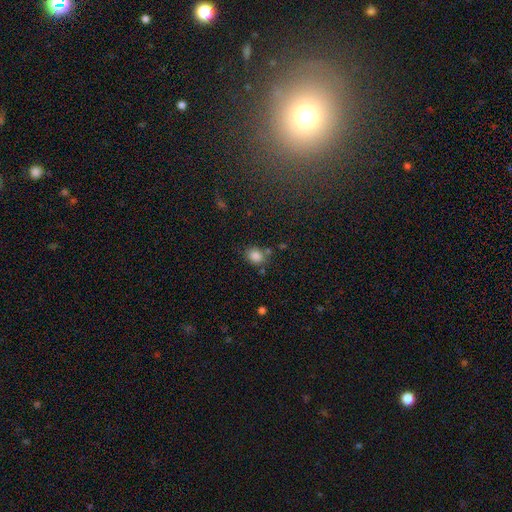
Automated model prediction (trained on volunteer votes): Smooth or featured?
  - smooth: 84% *
  - star or artifact: 11%
  - featured or disk: 5%
How rounded?
  - round: 60% *
  - in between: 39%
  - cigar-shaped: 1%
Merging?
  - none: 71% *
  - minor disturbance: 15%
  - merger: 10%
  - major disturbance: 5%